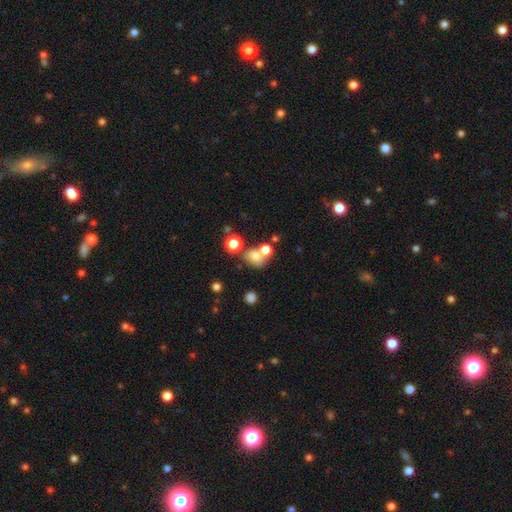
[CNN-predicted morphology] type=smooth (71%); roundness=round (52%); merging=none (44%).